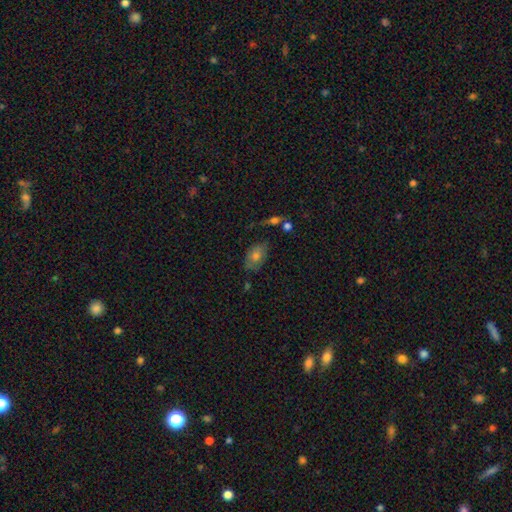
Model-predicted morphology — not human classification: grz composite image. It shows a smooth galaxy with no disk features (64%) that is in between round and cigar-shaped (86%). Merging: none (64%).